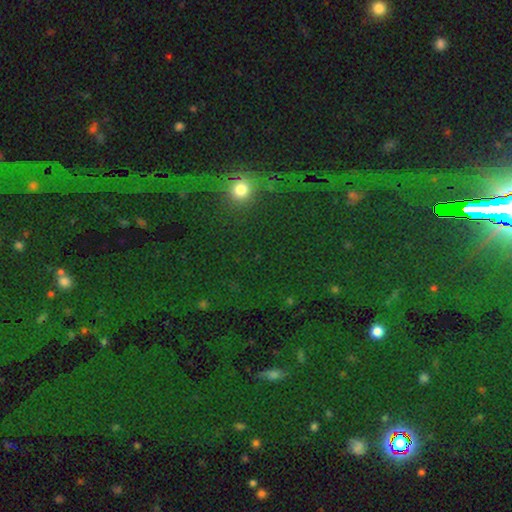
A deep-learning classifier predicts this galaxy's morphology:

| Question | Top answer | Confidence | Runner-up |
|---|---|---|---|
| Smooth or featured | star or artifact | 80% | smooth (11%) |